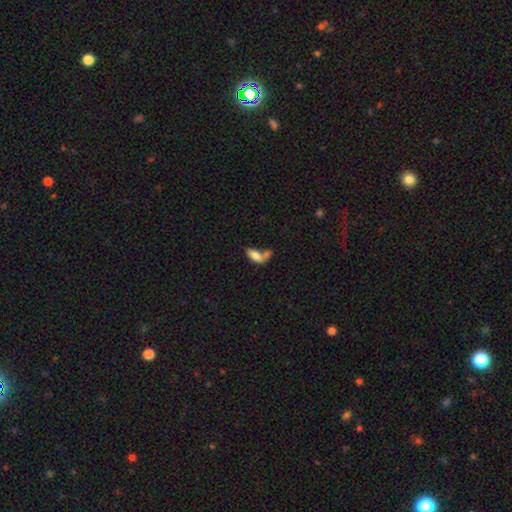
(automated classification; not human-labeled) Smooth or featured?
  - smooth: 76% *
  - featured or disk: 16%
  - star or artifact: 8%
How rounded?
  - in between: 85% *
  - cigar-shaped: 12%
  - round: 3%
Merging?
  - merger: 49% *
  - none: 31%
  - minor disturbance: 13%
  - major disturbance: 7%